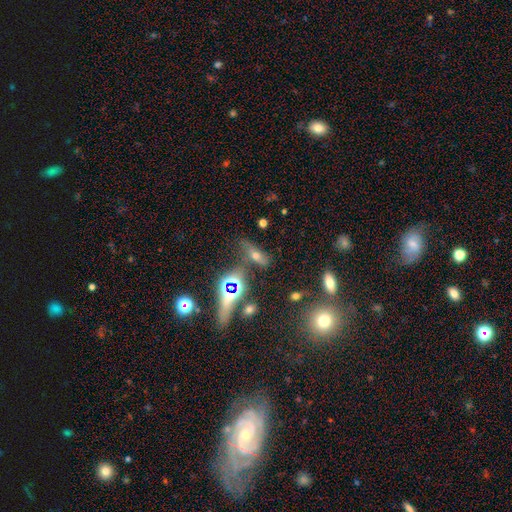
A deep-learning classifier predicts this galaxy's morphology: type=smooth (42%); merging=none (60%).